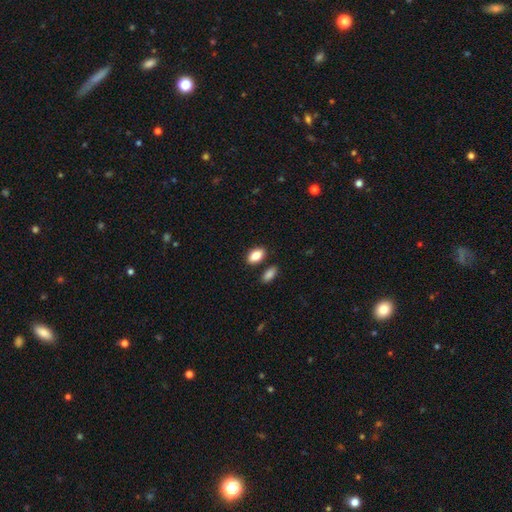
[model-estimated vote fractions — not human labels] Smooth or featured?
  - smooth: 87% *
  - star or artifact: 7%
  - featured or disk: 6%
How rounded?
  - in between: 91% *
  - round: 7%
  - cigar-shaped: 2%
Merging?
  - none: 80% *
  - minor disturbance: 10%
  - merger: 7%
  - major disturbance: 2%